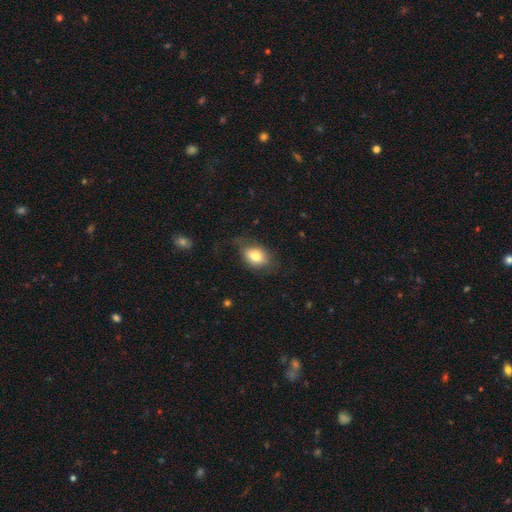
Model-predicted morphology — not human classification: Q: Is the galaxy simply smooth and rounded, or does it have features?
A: smooth — 74%.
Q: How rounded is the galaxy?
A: in between — 79%.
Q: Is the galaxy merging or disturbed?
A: none — 60%.